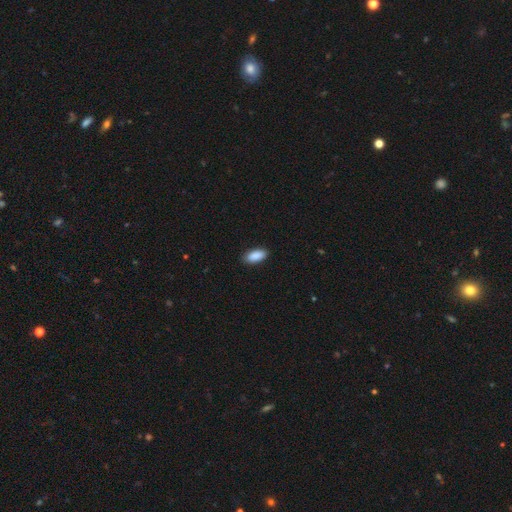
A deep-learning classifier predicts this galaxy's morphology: Smooth or featured: smooth — 90% (star or artifact — 6%)
How rounded: in between — 90% (cigar-shaped — 8%)
Merging: none — 88% (minor disturbance — 9%)